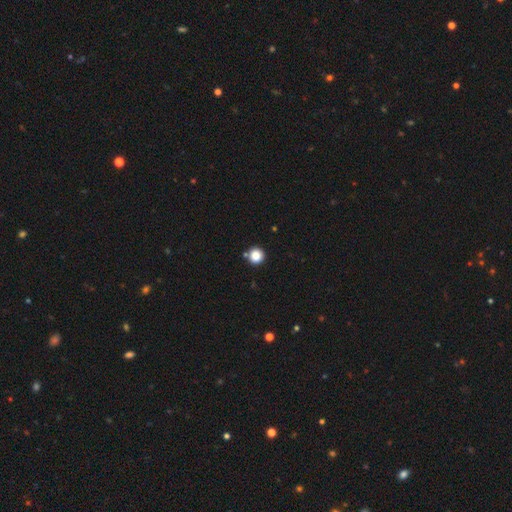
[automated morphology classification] A smooth galaxy with no disk features (85%) that is round (94%).

Vote fractions:
- Smooth or featured? smooth: 85% / star or artifact: 11% / featured or disk: 4%
- How rounded? round: 94% / in between: 5% / cigar-shaped: 1%
- Merging? none: 83% / minor disturbance: 7% / merger: 7% / major disturbance: 2%